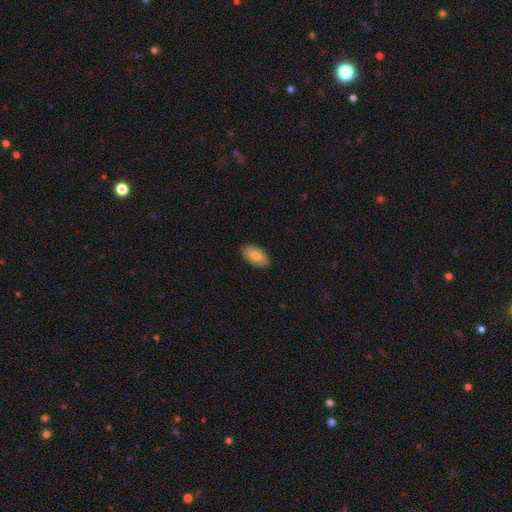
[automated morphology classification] Smooth or featured?
  - smooth: 78% *
  - featured or disk: 16%
  - star or artifact: 6%
How rounded?
  - in between: 94% *
  - round: 3%
  - cigar-shaped: 3%
Merging?
  - none: 88% *
  - minor disturbance: 9%
  - major disturbance: 2%
  - merger: 1%